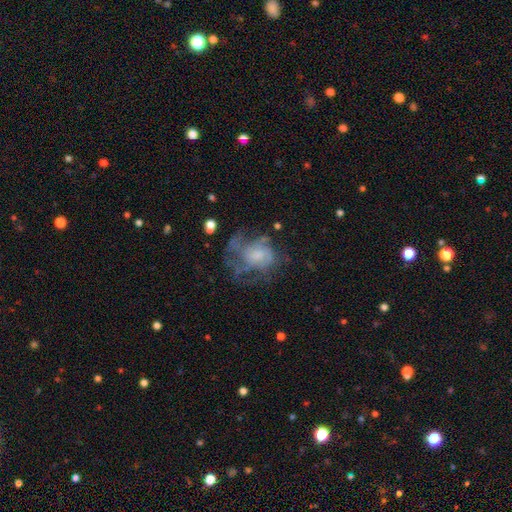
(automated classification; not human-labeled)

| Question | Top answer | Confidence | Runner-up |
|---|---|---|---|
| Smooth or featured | featured or disk | 63% | smooth (26%) |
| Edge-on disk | no | 97% | yes (3%) |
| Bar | no | 78% | weak (20%) |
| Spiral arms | yes | 61% | no (39%) |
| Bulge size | moderate | 38% | small (31%) |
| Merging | none | 45% | major disturbance (32%) |